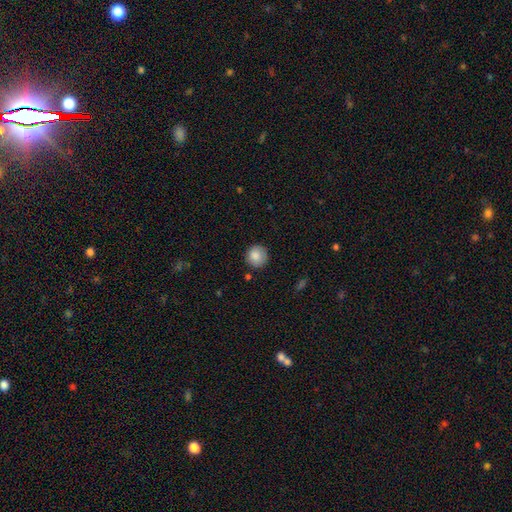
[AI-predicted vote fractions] smooth 87%, star or artifact 8%, featured or disk 5%. Down the decision tree: how rounded — round (92%); merging — none (84%).